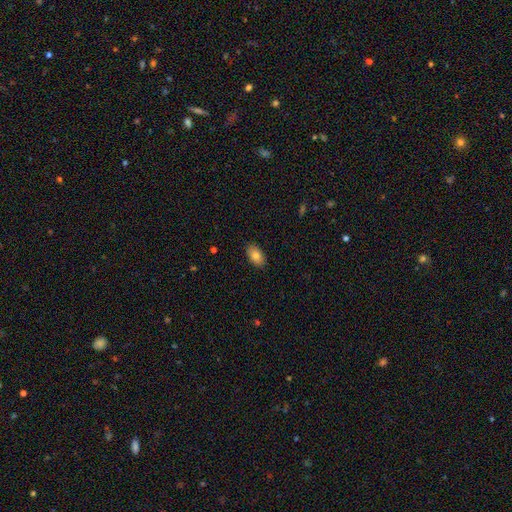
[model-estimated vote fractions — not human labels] A smooth galaxy with no disk features (81%) that is in between round and cigar-shaped (92%).

Vote fractions:
- Smooth or featured? smooth: 81% / featured or disk: 12% / star or artifact: 8%
- How rounded? in between: 92% / round: 6% / cigar-shaped: 2%
- Merging? none: 88% / minor disturbance: 9% / major disturbance: 2% / merger: 1%